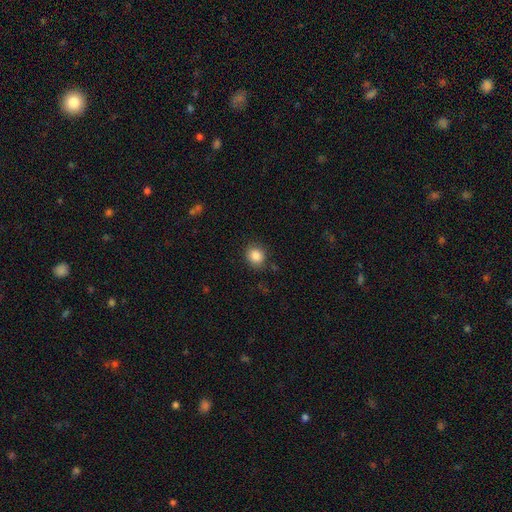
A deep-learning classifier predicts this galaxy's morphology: Smooth or featured? smooth (86%)
How rounded? round (80%)
Merging? none (84%)